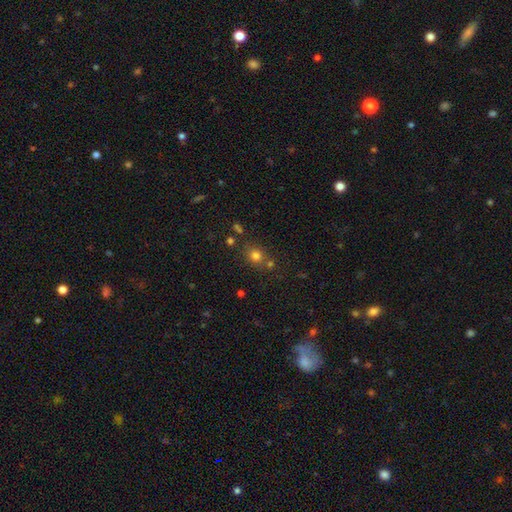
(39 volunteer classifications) This is clearly a smooth galaxy (82%). How rounded: likely round (62%). Merging: likely none (69%).